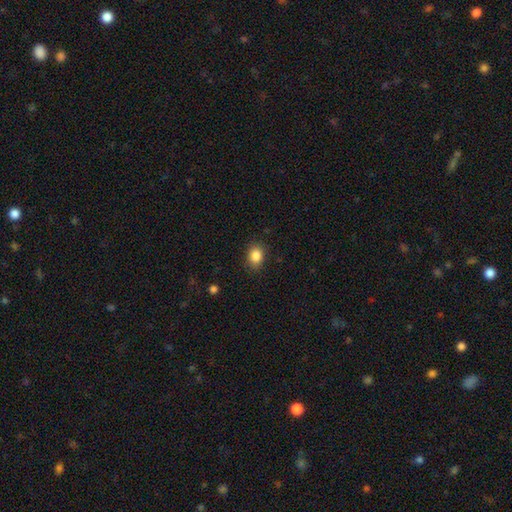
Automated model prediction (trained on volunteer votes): smooth 86%, star or artifact 10%, featured or disk 4%. Down the decision tree: how rounded — in between (57%); merging — none (86%).